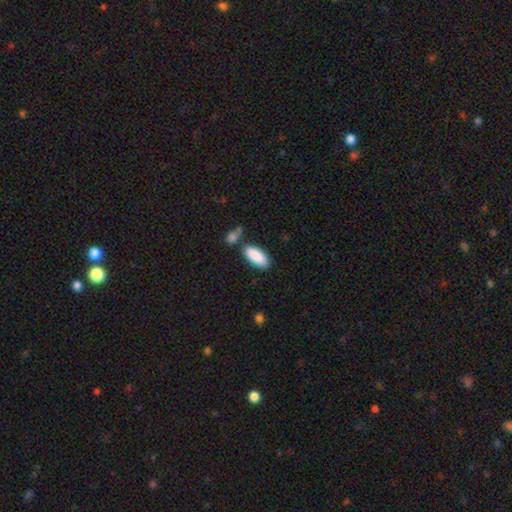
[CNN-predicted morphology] smooth 89%, star or artifact 6%, featured or disk 5%. Down the decision tree: how rounded — in between (83%); merging — none (74%).